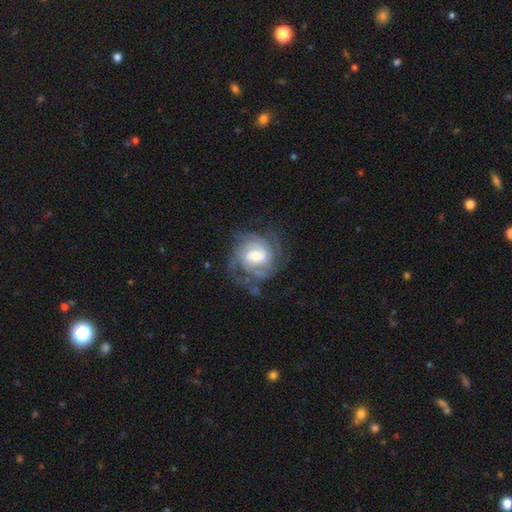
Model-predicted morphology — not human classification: smooth_or_featured: featured or disk (p=0.81) [alt: smooth p=0.12]
disk_edge_on: no (p=0.98) [alt: yes p=0.02]
bar: weak (p=0.46) [alt: no p=0.42]
has_spiral_arms: yes (p=0.94) [alt: no p=0.06]
spiral_winding: tight (p=0.62) [alt: medium p=0.31]
spiral_arm_count: can't tell (p=0.33) [alt: 2 p=0.28]
bulge_size: moderate (p=0.56) [alt: small p=0.25]
merging: none (p=0.66) [alt: minor disturbance p=0.18]